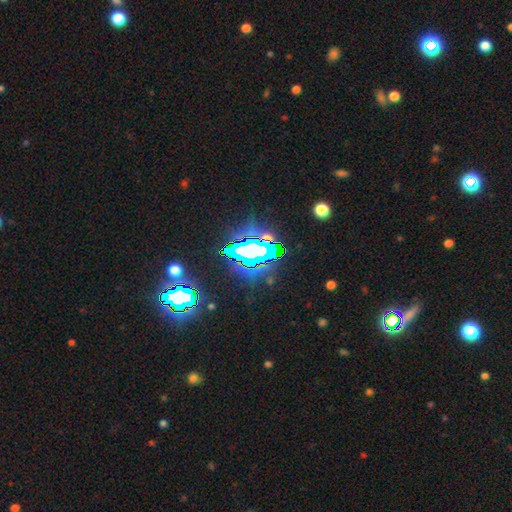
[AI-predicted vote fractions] The model was most divided on "smooth or featured": star or artifact: 66%, featured or disk: 18%, smooth: 16%.